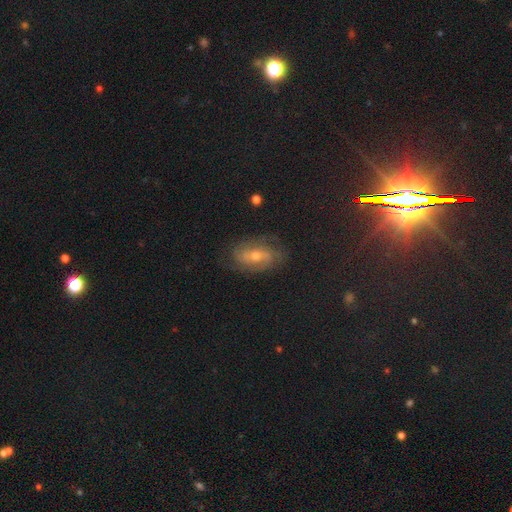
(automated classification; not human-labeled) Smooth or featured? featured or disk (60%)
Edge-on disk? no (93%)
Bar? no (47%)
Spiral arms? yes (85%)
Bulge size? moderate (57%)
Merging? none (76%)